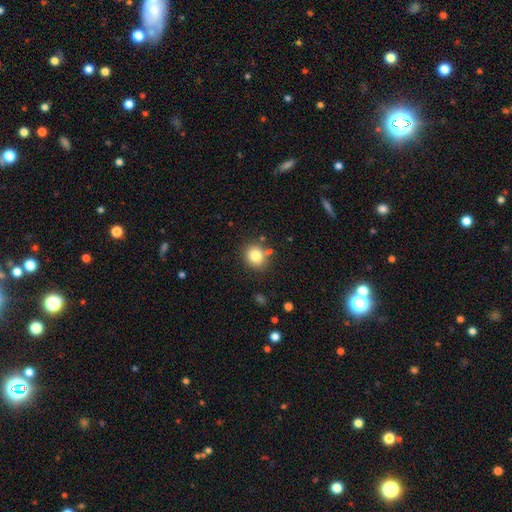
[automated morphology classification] The model was most divided on "how rounded": round: 73%, in between: 26%, cigar-shaped: 1%. More confident: smooth or featured — smooth (82%); merging — none (77%).